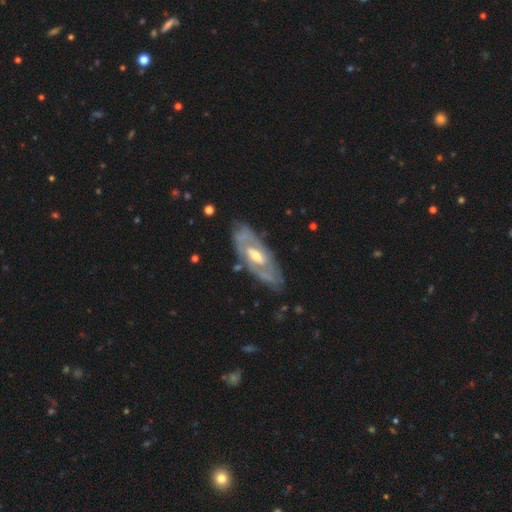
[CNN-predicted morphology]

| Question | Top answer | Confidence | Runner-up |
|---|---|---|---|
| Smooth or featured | featured or disk | 81% | smooth (15%) |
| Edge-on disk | no | 87% | yes (13%) |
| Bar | weak | 43% | no (35%) |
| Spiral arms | yes | 74% | no (26%) |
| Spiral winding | tight | 56% | medium (33%) |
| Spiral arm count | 2 | 49% | can't tell (37%) |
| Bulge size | moderate | 61% | small (31%) |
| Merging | none | 75% | minor disturbance (17%) |